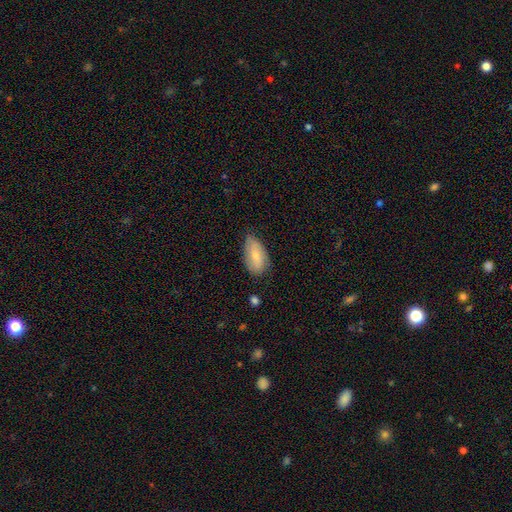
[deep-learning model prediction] A smooth galaxy with no disk features (70%) that is in between round and cigar-shaped (92%).

Vote fractions:
- Smooth or featured? smooth: 70% / featured or disk: 24% / star or artifact: 6%
- How rounded? in between: 92% / cigar-shaped: 4% / round: 4%
- Merging? none: 64% / minor disturbance: 29% / major disturbance: 5% / merger: 2%